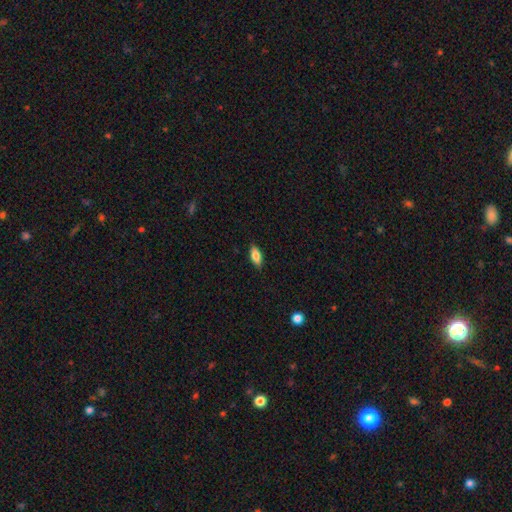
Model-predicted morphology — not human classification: Smooth or featured? Predicted: smooth (p=0.82). How rounded? Predicted: in between (p=0.84). Merging? Predicted: none (p=0.87).